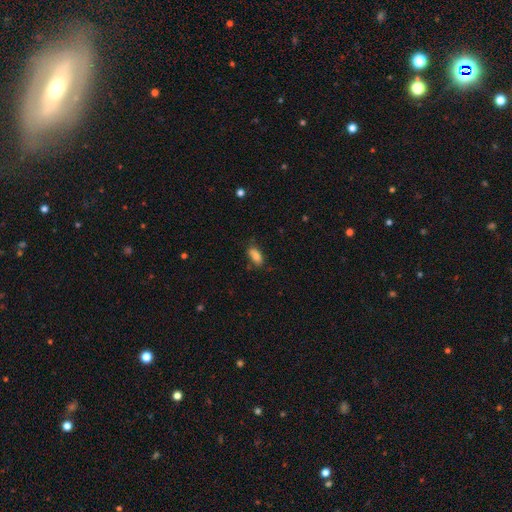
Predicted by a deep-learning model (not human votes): This is clearly a smooth galaxy (82%). How rounded: clearly in between (88%). Merging: likely none (71%).